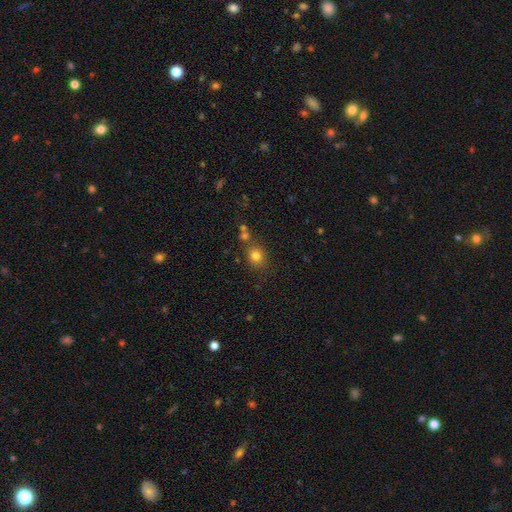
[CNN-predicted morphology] A smooth galaxy with no disk features (79%) that is round (79%). Merging: none (72%).